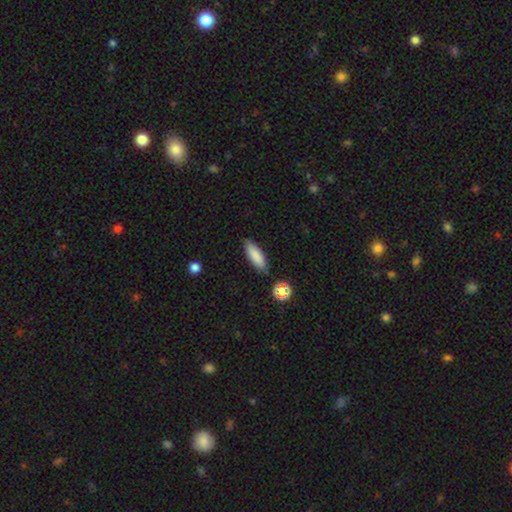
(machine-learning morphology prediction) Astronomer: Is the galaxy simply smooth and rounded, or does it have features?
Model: smooth — 86%.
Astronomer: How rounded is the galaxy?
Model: in between — 57% (runner-up: cigar-shaped, 41%).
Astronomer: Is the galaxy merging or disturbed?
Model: none — 85%.